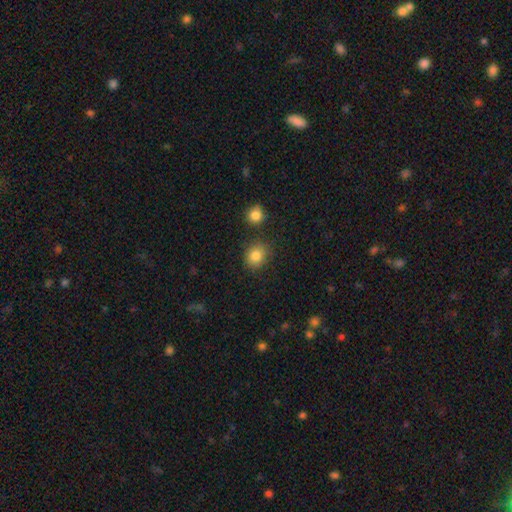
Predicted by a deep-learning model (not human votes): Smooth or featured?
  - smooth: 84% *
  - star or artifact: 10%
  - featured or disk: 5%
How rounded?
  - round: 75% *
  - in between: 24%
  - cigar-shaped: 1%
Merging?
  - none: 81% *
  - minor disturbance: 11%
  - merger: 5%
  - major disturbance: 3%